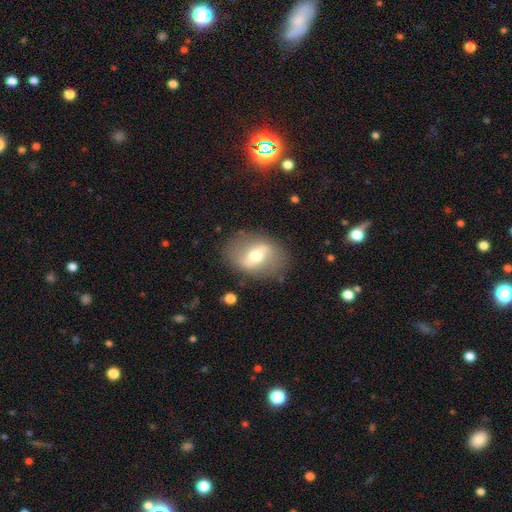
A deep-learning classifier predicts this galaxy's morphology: Smooth or featured? featured or disk (61%)
Edge-on disk? no (86%)
Bar? strong (51%)
Spiral arms? no (60%)
Bulge size? moderate (67%)
Merging? none (79%)